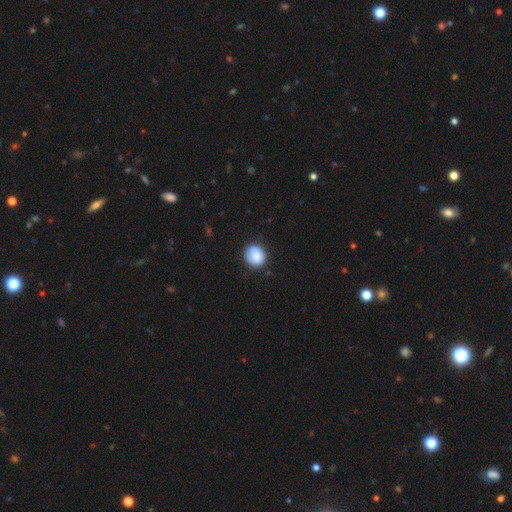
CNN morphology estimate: A smooth galaxy with no disk features (87%) that is round (82%).

Vote fractions:
- Smooth or featured? smooth: 87% / star or artifact: 8% / featured or disk: 5%
- How rounded? round: 82% / in between: 17% / cigar-shaped: 1%
- Merging? none: 83% / minor disturbance: 13% / major disturbance: 3% / merger: 1%